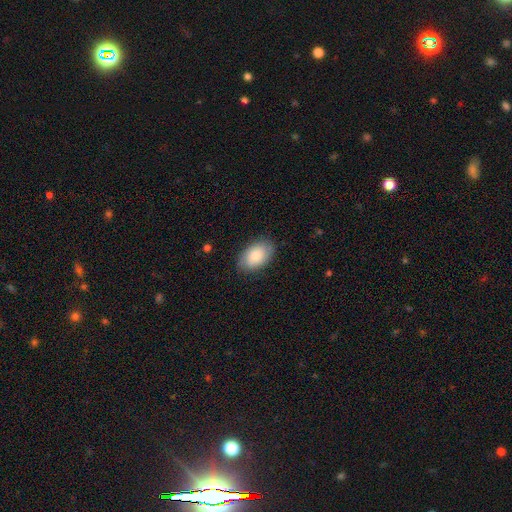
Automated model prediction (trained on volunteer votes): smooth_or_featured: smooth (p=0.82) [alt: featured or disk p=0.12]
how_rounded: in between (p=0.91) [alt: round p=0.07]
merging: none (p=0.84) [alt: minor disturbance p=0.12]